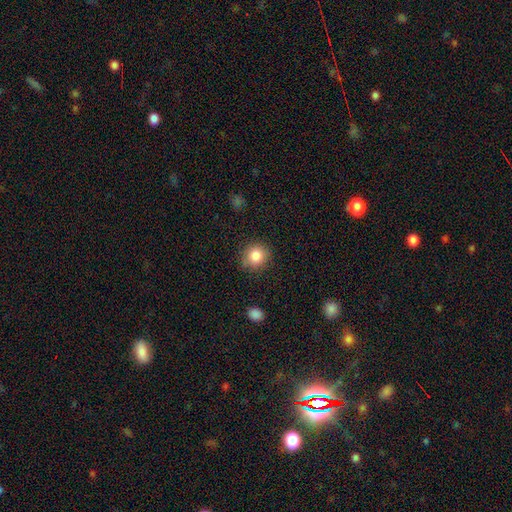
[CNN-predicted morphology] A smooth galaxy with no disk features (84%) that is round (83%).

Vote fractions:
- Smooth or featured? smooth: 84% / star or artifact: 10% / featured or disk: 7%
- How rounded? round: 83% / in between: 16% / cigar-shaped: 1%
- Merging? none: 85% / minor disturbance: 10% / major disturbance: 3% / merger: 1%